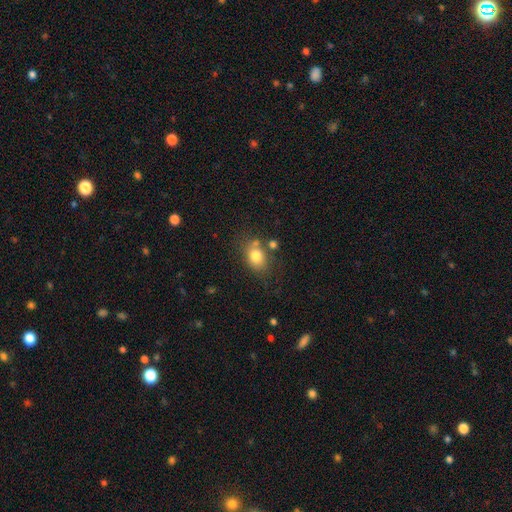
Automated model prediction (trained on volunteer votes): A smooth galaxy with no disk features (78%) that is in between round and cigar-shaped (62%). Merging: none (63%).